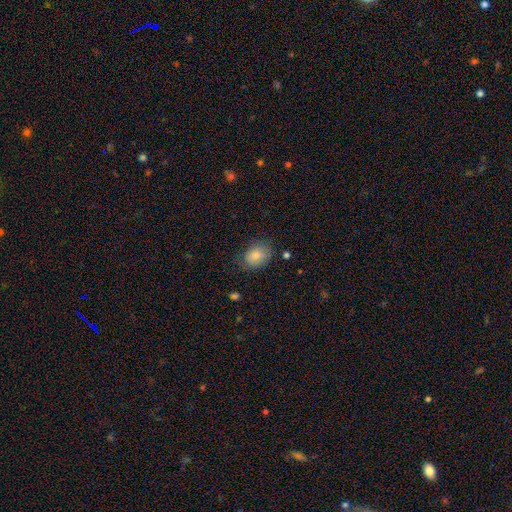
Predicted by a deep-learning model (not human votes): Smooth or featured: smooth — 83% (featured or disk — 9%)
How rounded: in between — 69% (round — 30%)
Merging: none — 72% (minor disturbance — 21%)